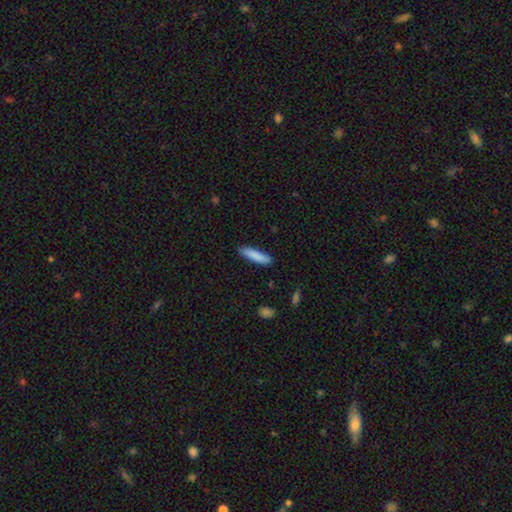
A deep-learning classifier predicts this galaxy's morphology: Smooth or featured?
  - smooth: 86% *
  - featured or disk: 9%
  - star or artifact: 6%
How rounded?
  - cigar-shaped: 83% *
  - in between: 16%
  - round: 1%
Merging?
  - none: 88% *
  - minor disturbance: 9%
  - major disturbance: 2%
  - merger: 1%